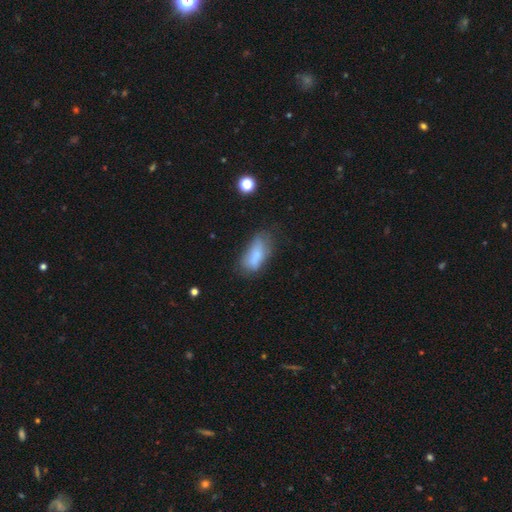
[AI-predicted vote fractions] smooth 76%, featured or disk 15%, star or artifact 10%. Down the decision tree: how rounded — in between (82%); merging — none (44%).